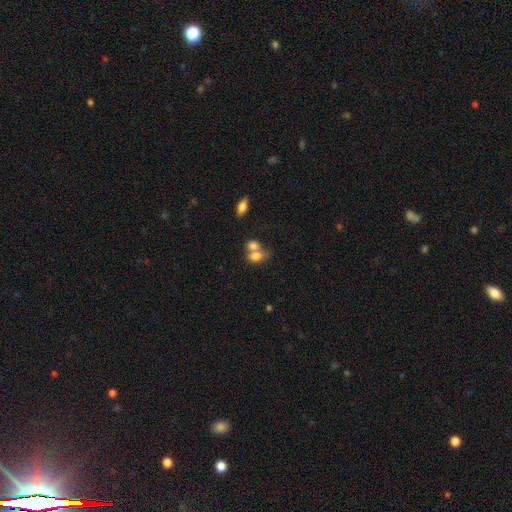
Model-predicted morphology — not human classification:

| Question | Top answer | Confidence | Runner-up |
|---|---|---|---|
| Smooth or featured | smooth | 75% | featured or disk (16%) |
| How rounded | in between | 74% | round (24%) |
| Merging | merger | 60% | none (26%) |